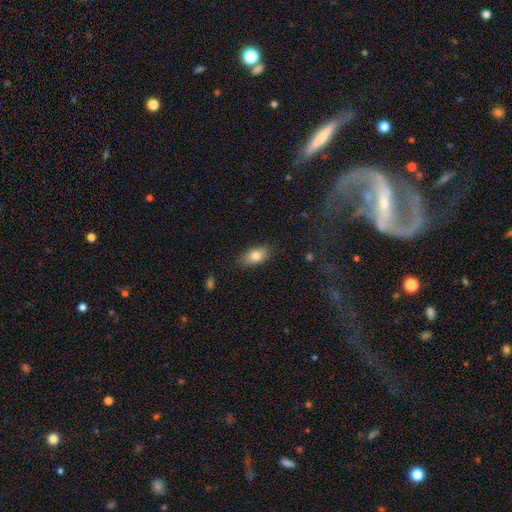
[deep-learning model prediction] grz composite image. It shows a smooth galaxy with no disk features (84%) that is in between round and cigar-shaped (90%). Merging: none (83%).